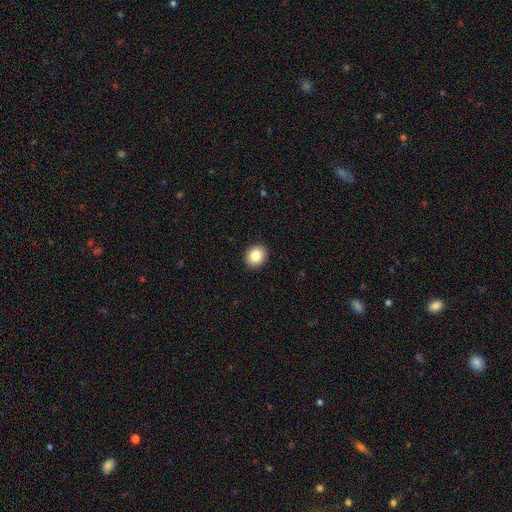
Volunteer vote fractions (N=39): Morphology: type=smooth (82%); roundness=round (78%); merging=none (92%).